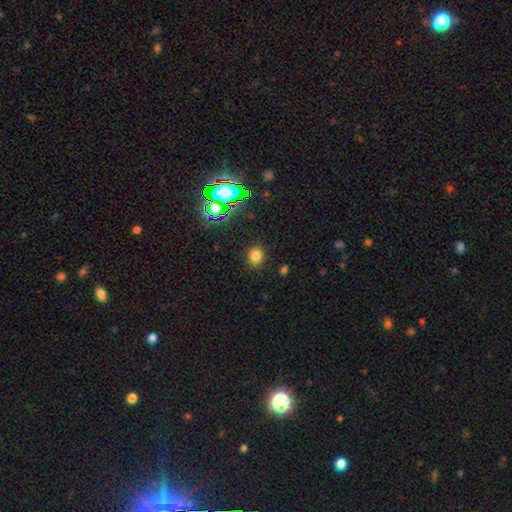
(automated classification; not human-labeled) Smooth or featured? smooth (75%)
How rounded? round (84%)
Merging? none (89%)